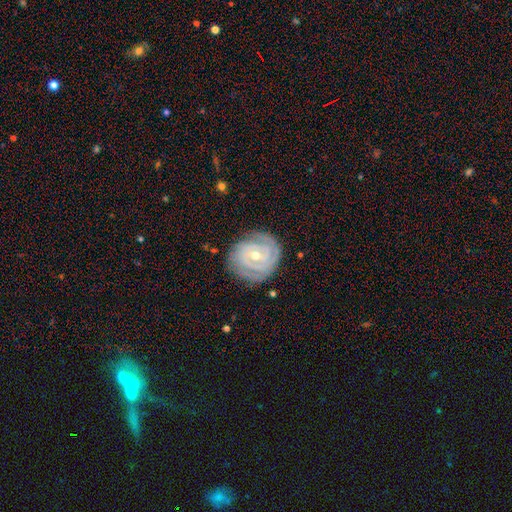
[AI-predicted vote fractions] smooth_or_featured: featured or disk (p=0.86) [alt: smooth p=0.08]
disk_edge_on: no (p=0.97) [alt: yes p=0.03]
bar: no (p=0.44) [alt: weak p=0.40]
has_spiral_arms: yes (p=0.96) [alt: no p=0.04]
spiral_winding: tight (p=0.83) [alt: medium p=0.15]
spiral_arm_count: 2 (p=0.42) [alt: can't tell p=0.21]
bulge_size: moderate (p=0.49) [alt: small p=0.48]
merging: none (p=0.79) [alt: minor disturbance p=0.15]